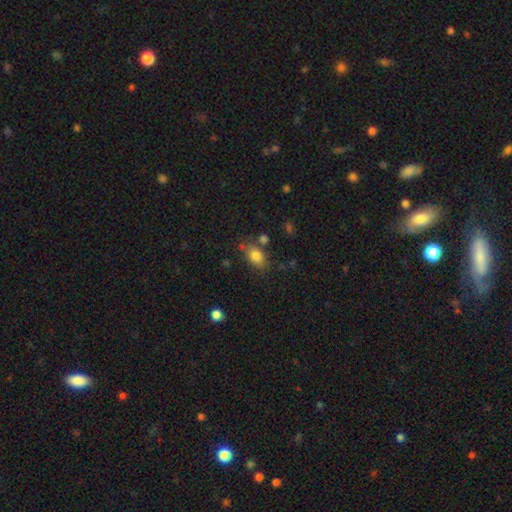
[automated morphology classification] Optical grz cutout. It shows a smooth galaxy with no disk features (82%) that is in between round and cigar-shaped (81%). Merging: none (68%).